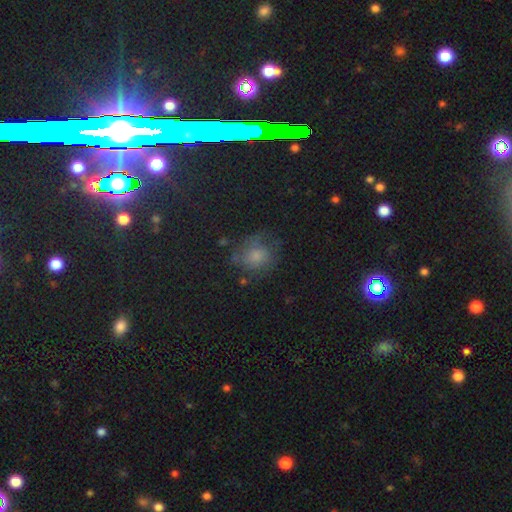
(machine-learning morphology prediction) type=smooth (60%); roundness=round (70%); merging=none (53%).